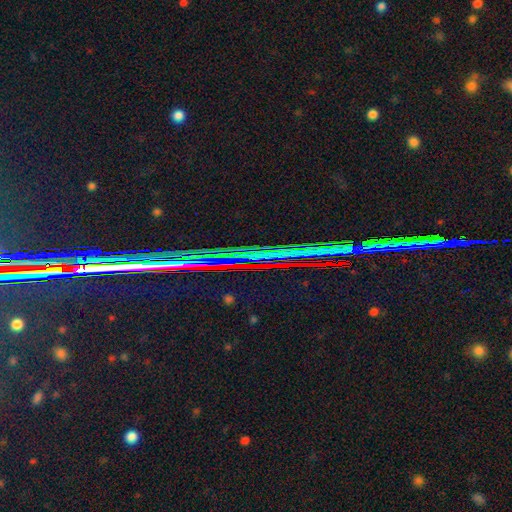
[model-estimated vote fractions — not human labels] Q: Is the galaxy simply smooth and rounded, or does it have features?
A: star or artifact — 84%.